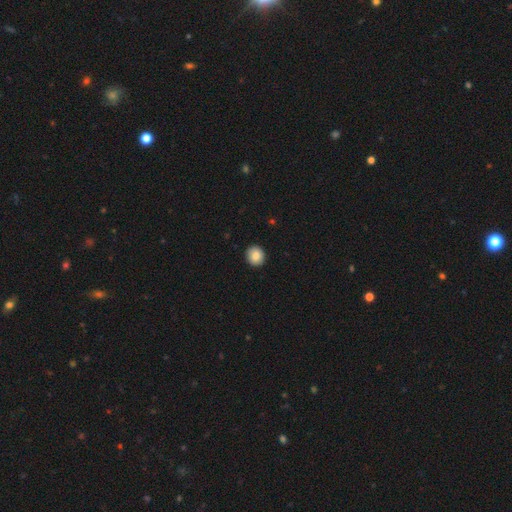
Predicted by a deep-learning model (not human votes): Smooth or featured?
  - smooth: 87% *
  - star or artifact: 8%
  - featured or disk: 5%
How rounded?
  - round: 81% *
  - in between: 18%
  - cigar-shaped: 1%
Merging?
  - none: 92% *
  - minor disturbance: 6%
  - major disturbance: 1%
  - merger: 1%